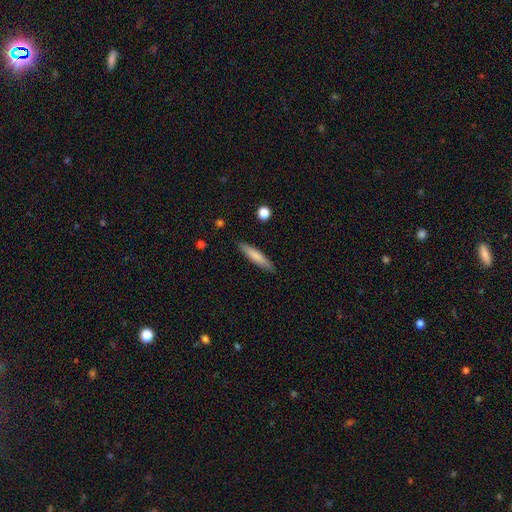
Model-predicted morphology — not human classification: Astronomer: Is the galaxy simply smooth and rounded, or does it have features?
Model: smooth — 74%.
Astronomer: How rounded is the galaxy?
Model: cigar-shaped — 87%.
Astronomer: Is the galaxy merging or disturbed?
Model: none — 87%.